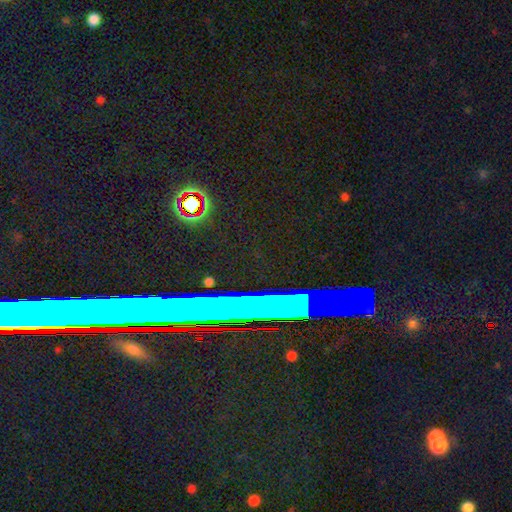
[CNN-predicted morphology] smooth_or_featured: star or artifact (p=0.78) [alt: featured or disk p=0.12]